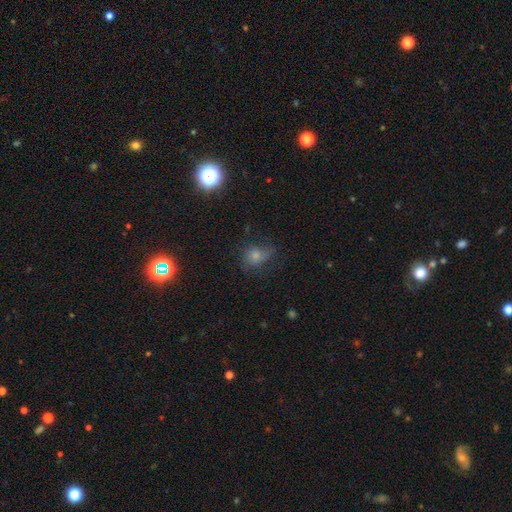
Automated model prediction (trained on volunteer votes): Smooth or featured? Predicted: smooth (p=0.49). Merging? Predicted: none (p=0.56).